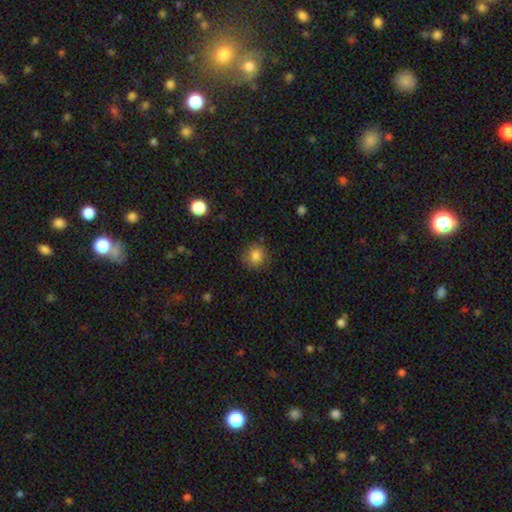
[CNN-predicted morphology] Smooth or featured: smooth — 83% (star or artifact — 10%)
How rounded: round — 87% (in between — 13%)
Merging: none — 82% (minor disturbance — 13%)